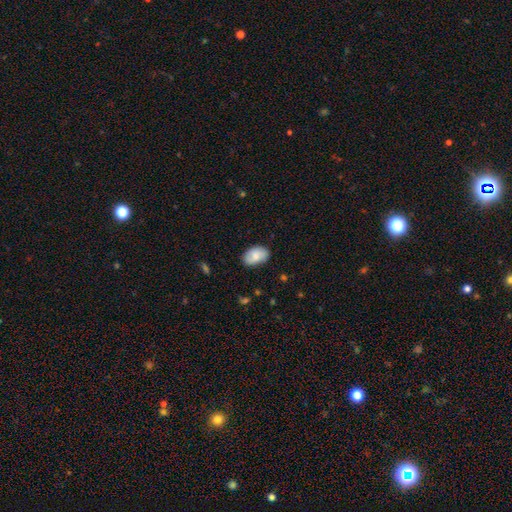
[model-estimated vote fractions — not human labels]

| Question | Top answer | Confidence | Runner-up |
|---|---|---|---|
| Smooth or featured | smooth | 82% | featured or disk (12%) |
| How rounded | in between | 91% | round (8%) |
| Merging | none | 79% | minor disturbance (17%) |